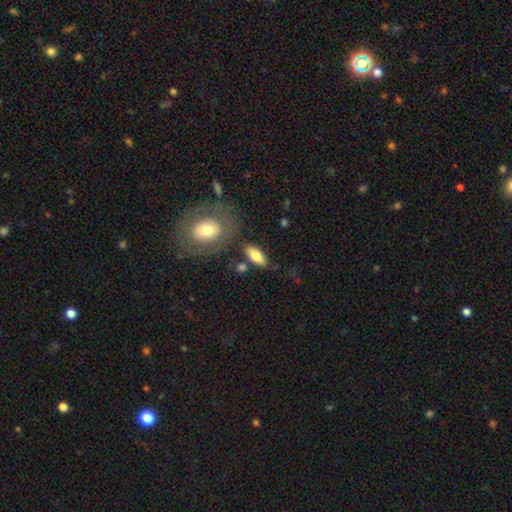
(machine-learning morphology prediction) Smooth or featured? smooth (78%)
How rounded? in between (84%)
Merging? none (77%)